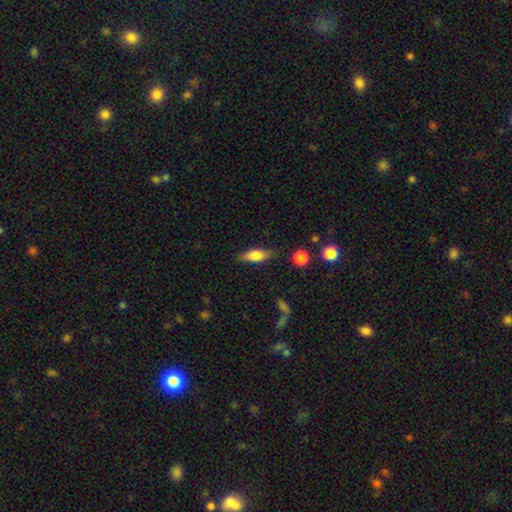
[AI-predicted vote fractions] This is likely a smooth galaxy (65%). How rounded: likely in between (63%). Merging: clearly none (81%).